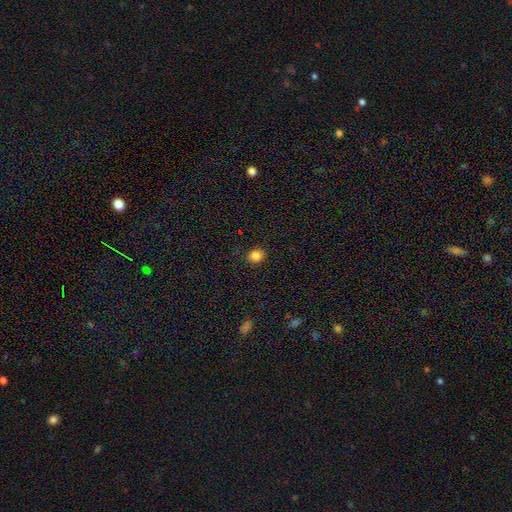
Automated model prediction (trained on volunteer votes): Q: Smooth or featured?
A: smooth (84%); runner-up: star or artifact (11%)
Q: How rounded?
A: round (73%); runner-up: in between (26%)
Q: Merging?
A: none (88%); runner-up: minor disturbance (8%)